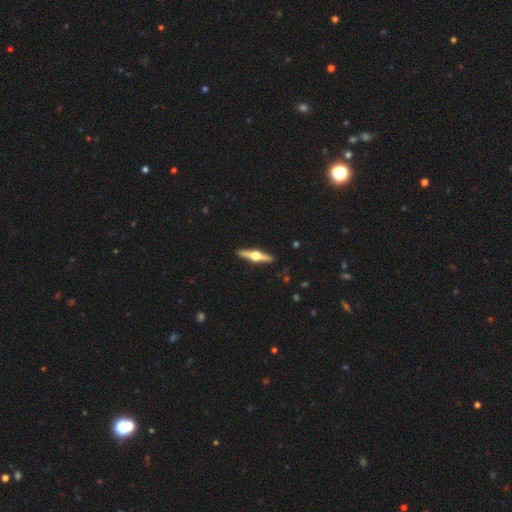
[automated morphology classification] The model was most divided on "smooth or featured": featured or disk: 74%, smooth: 21%, star or artifact: 5%. More confident: edge-on disk — yes (97%); edge-on bulge — rounded (96%); merging — none (92%).